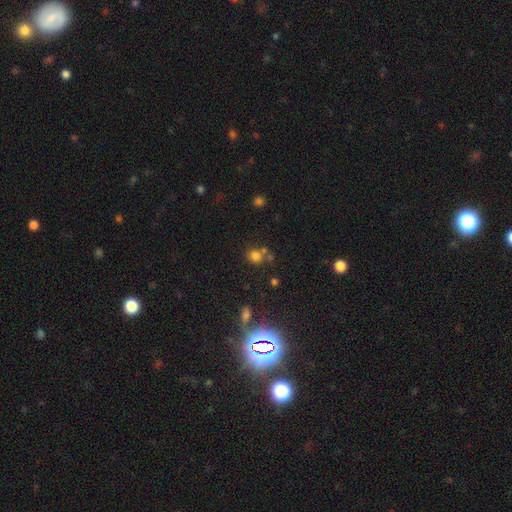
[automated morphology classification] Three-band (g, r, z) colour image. It shows a smooth galaxy with no disk features (72%) that is round (77%). Merging: none (57%).